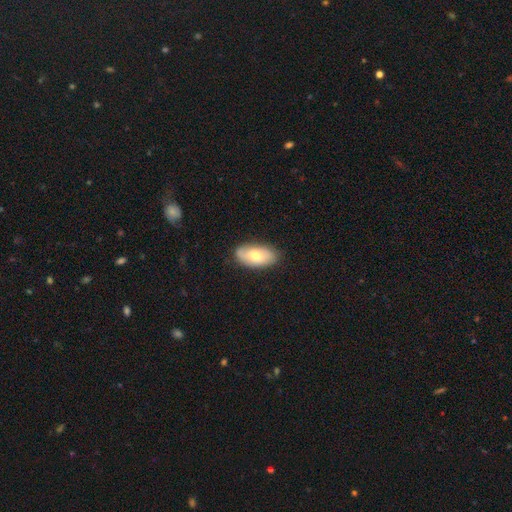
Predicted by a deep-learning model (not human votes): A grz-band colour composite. It shows a smooth galaxy with no disk features (65%) that is in between round and cigar-shaped (93%). Merging: none (80%).